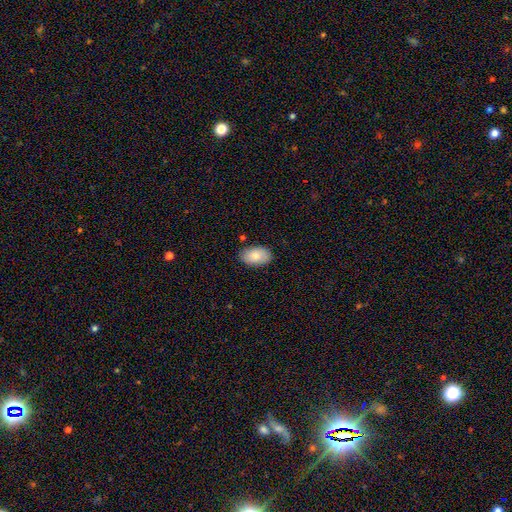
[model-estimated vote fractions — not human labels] smooth 83%, featured or disk 10%, star or artifact 6%. Down the decision tree: how rounded — in between (92%); merging — none (85%).